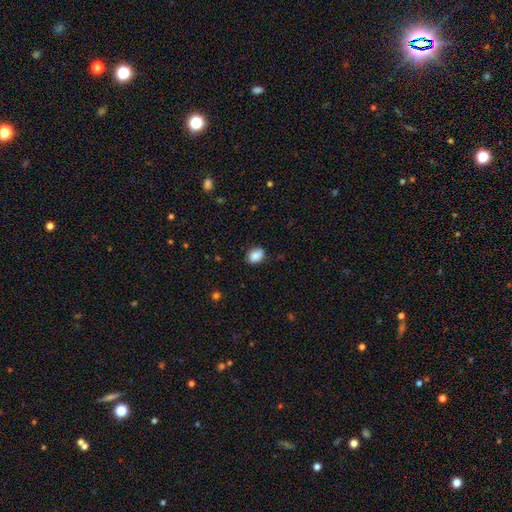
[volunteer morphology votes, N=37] Smooth or featured? 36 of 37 (97%) said smooth. How rounded? 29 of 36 (81%) said in between. Merging? 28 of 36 (78%) said none.